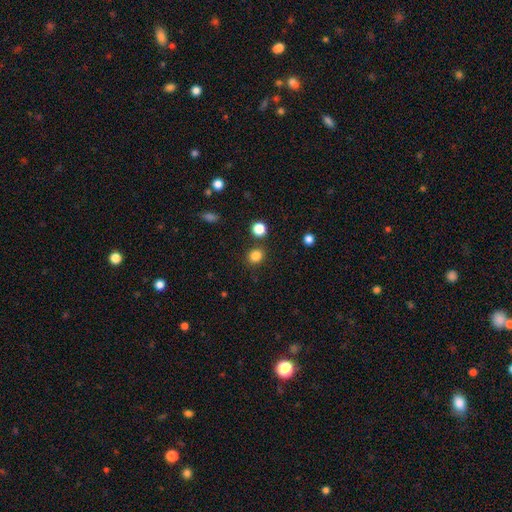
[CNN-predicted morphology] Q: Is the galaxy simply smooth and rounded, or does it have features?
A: smooth — 83%.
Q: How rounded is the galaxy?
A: round — 75%.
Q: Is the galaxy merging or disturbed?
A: none — 85%.